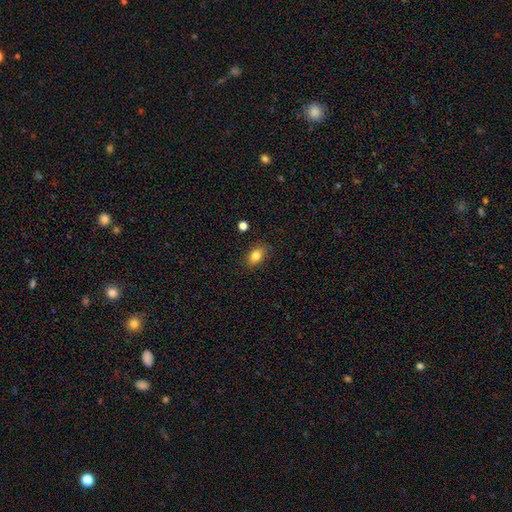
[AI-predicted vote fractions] A smooth galaxy with no disk features (83%) that is in between round and cigar-shaped (82%). Merging: none (84%).